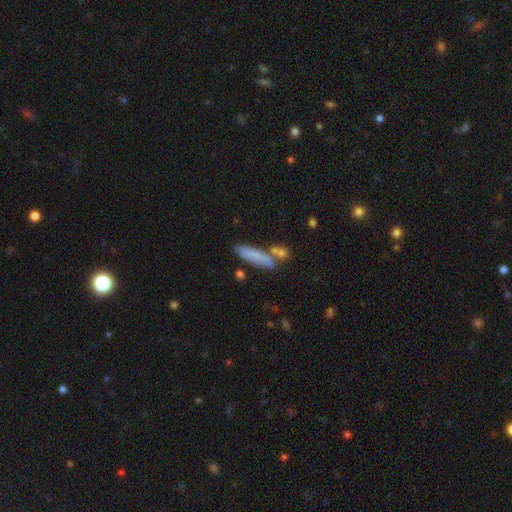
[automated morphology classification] Q: Smooth or featured?
A: smooth (73%); runner-up: featured or disk (19%)
Q: How rounded?
A: cigar-shaped (78%); runner-up: in between (20%)
Q: Merging?
A: none (69%); runner-up: minor disturbance (16%)